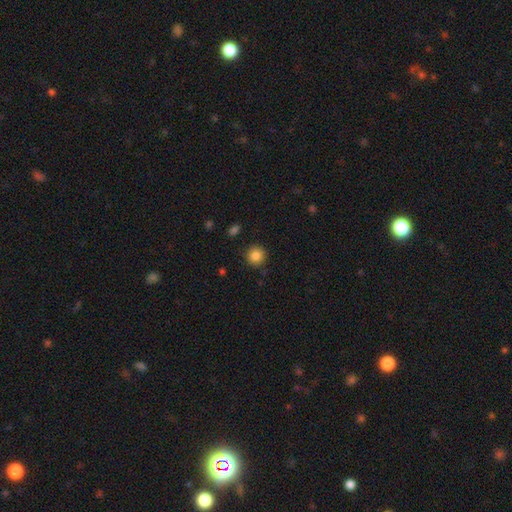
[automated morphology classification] smooth_or_featured: smooth (p=0.85) [alt: star or artifact p=0.10]
how_rounded: round (p=0.93) [alt: in between p=0.06]
merging: none (p=0.89) [alt: minor disturbance p=0.07]